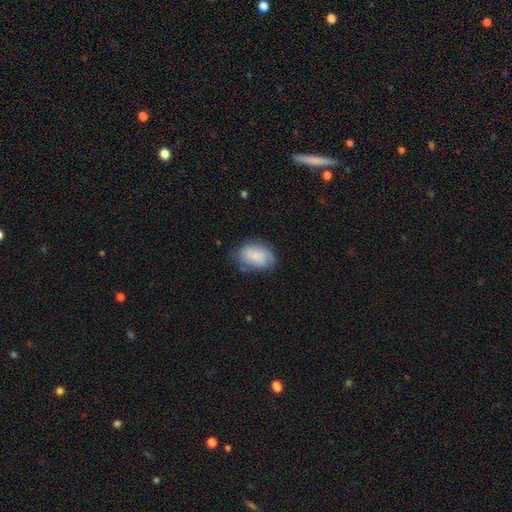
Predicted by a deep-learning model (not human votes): A smooth galaxy with no disk features (69%) that is in between round and cigar-shaped (88%).

Vote fractions:
- Smooth or featured? smooth: 69% / featured or disk: 23% / star or artifact: 8%
- How rounded? in between: 88% / round: 10% / cigar-shaped: 1%
- Merging? none: 63% / minor disturbance: 27% / major disturbance: 9% / merger: 2%